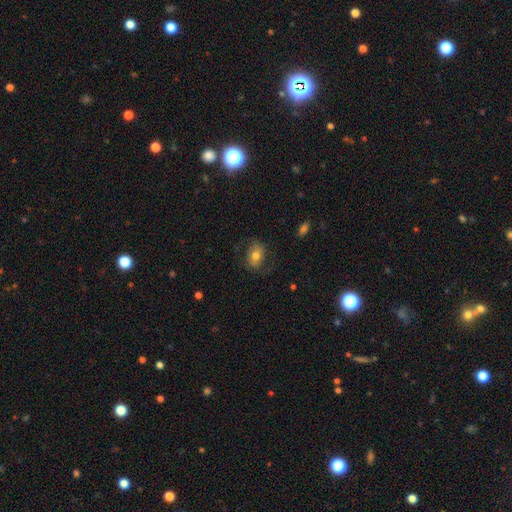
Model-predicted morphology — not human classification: smooth_or_featured: smooth (p=0.56) [alt: featured or disk p=0.36]
how_rounded: in between (p=0.73) [alt: round p=0.26]
merging: none (p=0.69) [alt: minor disturbance p=0.18]